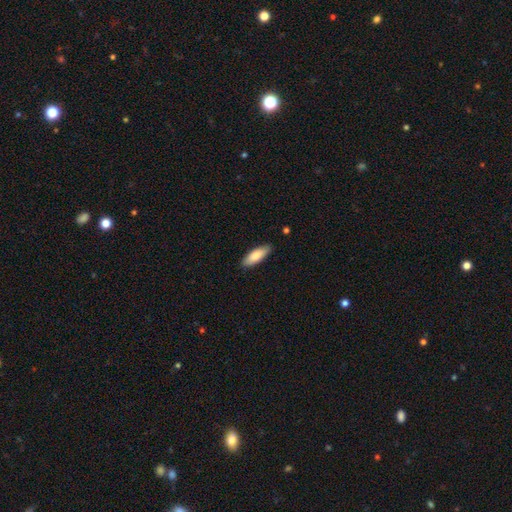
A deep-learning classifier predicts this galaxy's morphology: This is clearly a smooth galaxy (84%). How rounded: likely in between (62%). Merging: clearly none (86%).